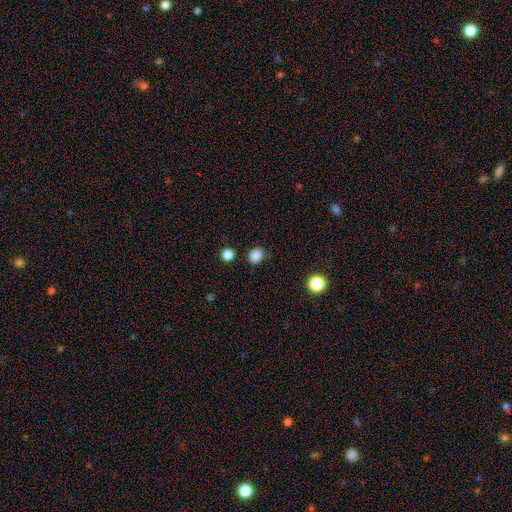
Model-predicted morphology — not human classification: smooth 86%, star or artifact 11%, featured or disk 3%. Down the decision tree: how rounded — round (64%); merging — none (85%).